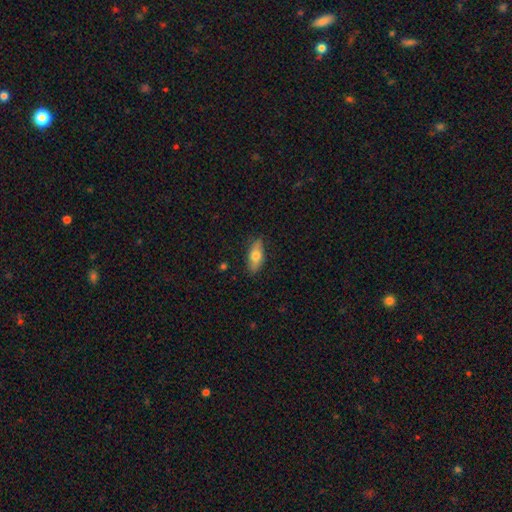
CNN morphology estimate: A smooth galaxy with no disk features (66%) that is in between round and cigar-shaped (77%).

Vote fractions:
- Smooth or featured? smooth: 66% / featured or disk: 28% / star or artifact: 6%
- How rounded? in between: 77% / cigar-shaped: 20% / round: 4%
- Merging? none: 84% / minor disturbance: 13% / major disturbance: 2% / merger: 1%